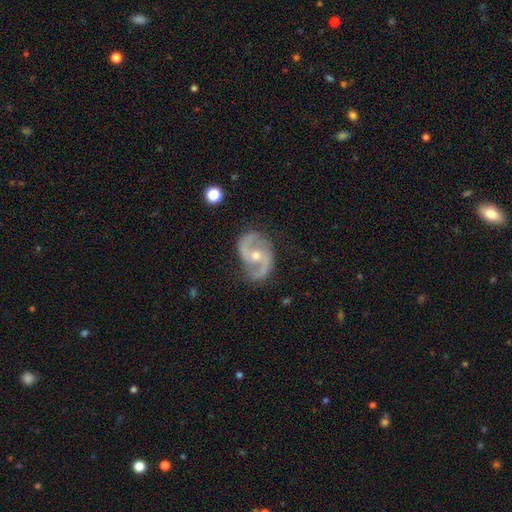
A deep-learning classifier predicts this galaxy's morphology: smooth_or_featured: featured or disk (p=0.89) [alt: smooth p=0.06]
disk_edge_on: no (p=0.97) [alt: yes p=0.03]
bar: no (p=0.51) [alt: weak p=0.35]
has_spiral_arms: yes (p=0.96) [alt: no p=0.04]
spiral_winding: medium (p=0.52) [alt: loose p=0.31]
spiral_arm_count: 2 (p=0.92) [alt: can't tell p=0.03]
bulge_size: moderate (p=0.60) [alt: small p=0.36]
merging: none (p=0.76) [alt: minor disturbance p=0.17]